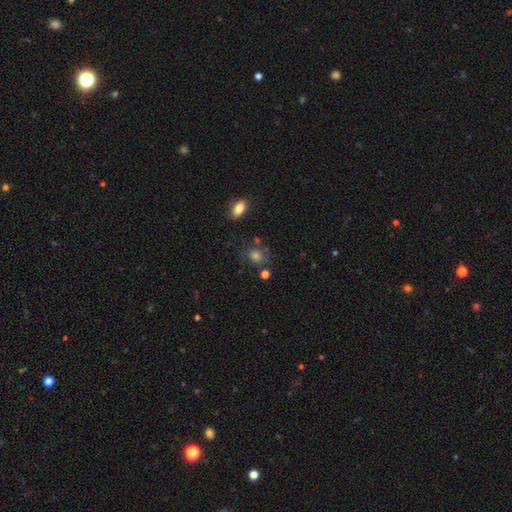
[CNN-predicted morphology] The model was most divided on "how rounded": round: 66%, in between: 32%, cigar-shaped: 2%. More confident: merging — none (66%); smooth or featured — smooth (60%).